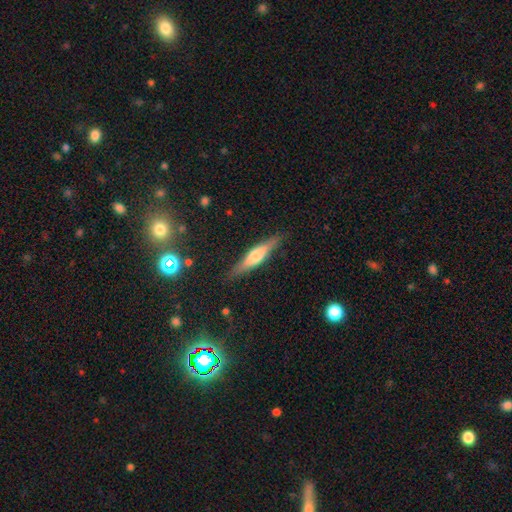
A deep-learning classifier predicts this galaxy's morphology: This appears to be a featured or disk galaxy (53%) viewed edge-on (94%). Merging: none (86%).